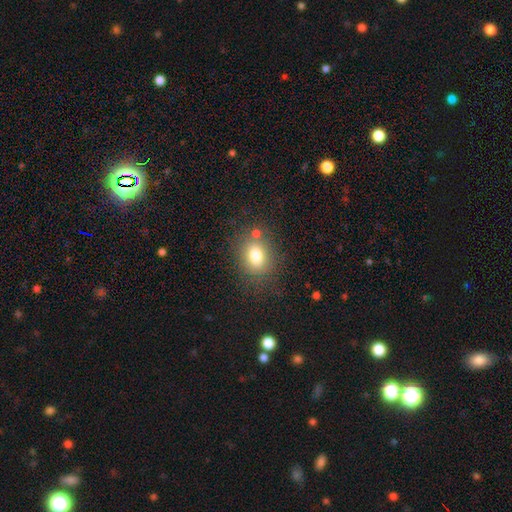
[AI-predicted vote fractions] Morphology: type=smooth (77%); roundness=round (50%); merging=none (72%).